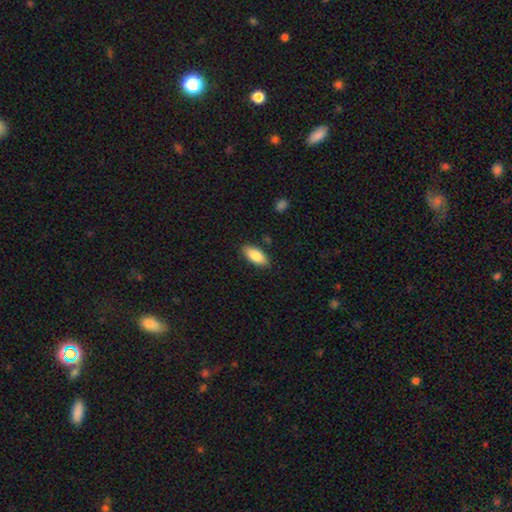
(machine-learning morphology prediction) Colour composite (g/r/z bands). It shows a smooth galaxy with no disk features (85%) that is in between round and cigar-shaped (88%). Merging: none (85%).